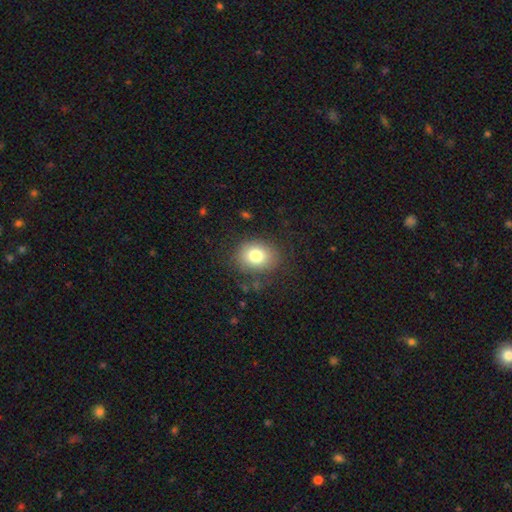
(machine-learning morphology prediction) Smooth or featured? smooth (79%)
How rounded? round (50%)
Merging? none (81%)